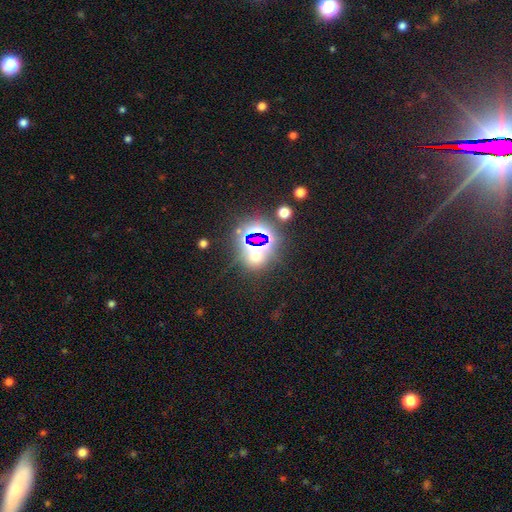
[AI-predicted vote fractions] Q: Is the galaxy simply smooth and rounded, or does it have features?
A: star or artifact — 62%.